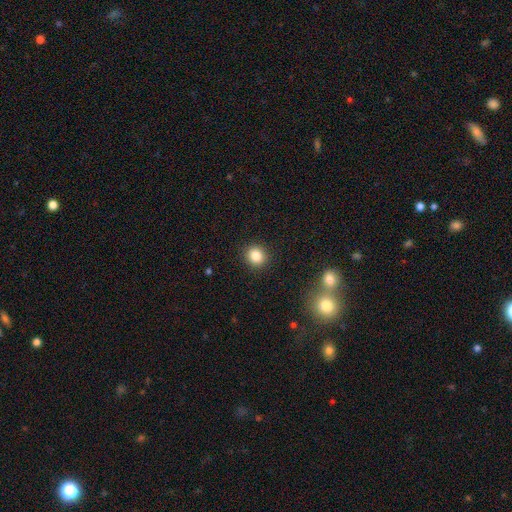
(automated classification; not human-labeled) This appears to be a smooth galaxy with no disk features (84%) that is round (85%). Merging: none (91%).